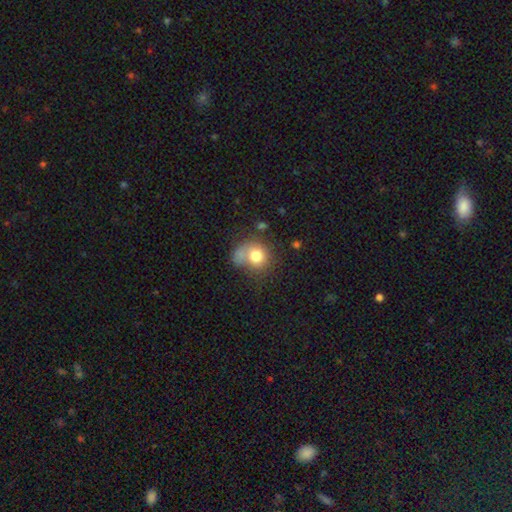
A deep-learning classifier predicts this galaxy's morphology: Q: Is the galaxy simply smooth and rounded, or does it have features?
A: smooth — 75%.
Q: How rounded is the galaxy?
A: round — 70%.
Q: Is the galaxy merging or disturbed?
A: none — 37%.